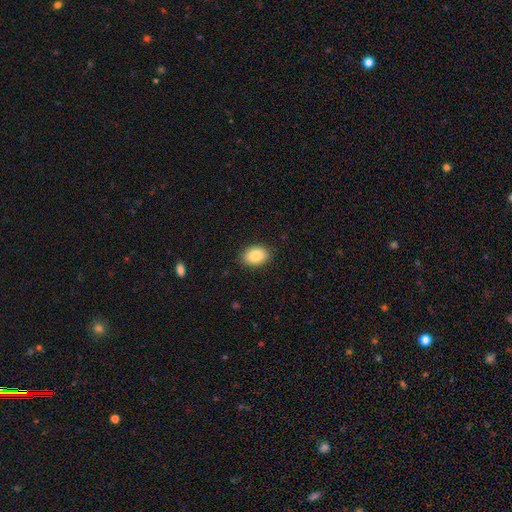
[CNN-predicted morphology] smooth 88%, star or artifact 7%, featured or disk 5%. Down the decision tree: how rounded — in between (83%); merging — none (88%).